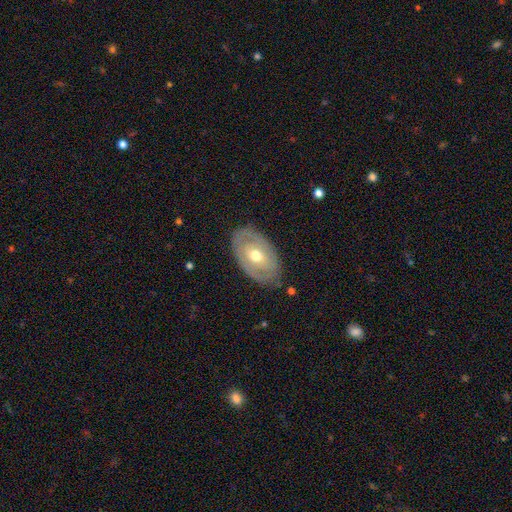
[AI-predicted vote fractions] Smooth or featured? featured or disk (60%)
Edge-on disk? no (90%)
Bar? no (70%)
Spiral arms? no (60%)
Bulge size? moderate (71%)
Merging? none (79%)